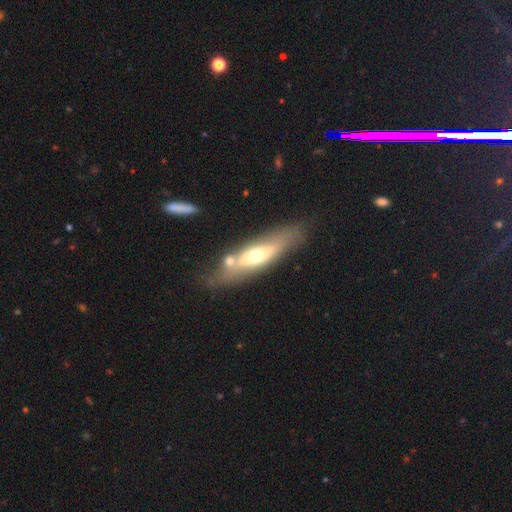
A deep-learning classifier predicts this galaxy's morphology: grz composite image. It shows a featured or disk galaxy (54%). Merging: none (62%).